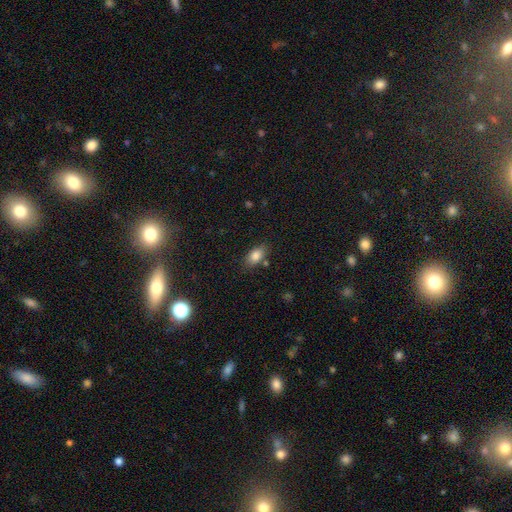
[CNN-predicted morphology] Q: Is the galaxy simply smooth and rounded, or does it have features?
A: smooth — 83%.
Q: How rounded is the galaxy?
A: in between — 89%.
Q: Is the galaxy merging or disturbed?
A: none — 78%.